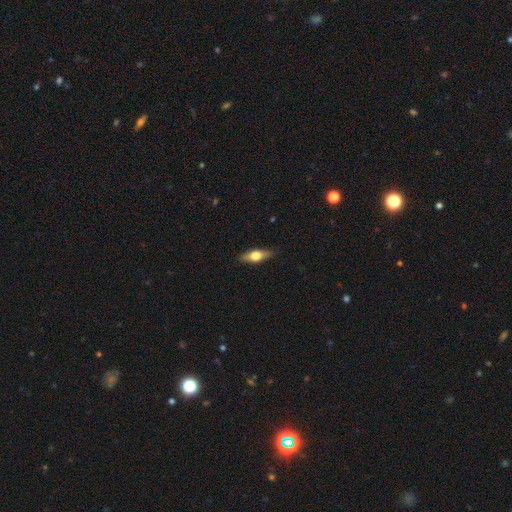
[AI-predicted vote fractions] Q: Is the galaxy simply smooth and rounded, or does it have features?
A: smooth — 47%.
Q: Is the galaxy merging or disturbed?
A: none — 87%.